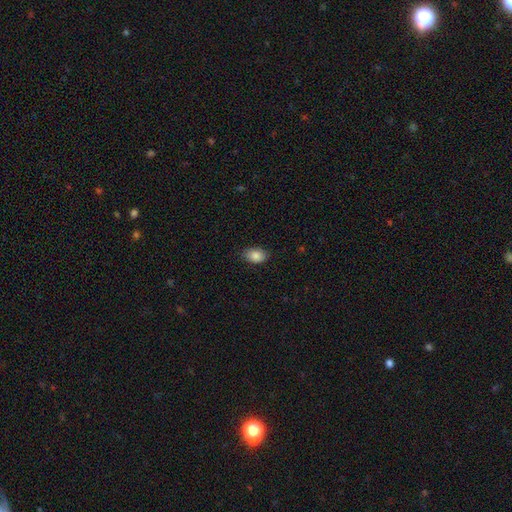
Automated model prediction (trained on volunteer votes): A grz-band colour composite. It shows a smooth galaxy with no disk features (87%) that is in between round and cigar-shaped (86%). Merging: none (81%).